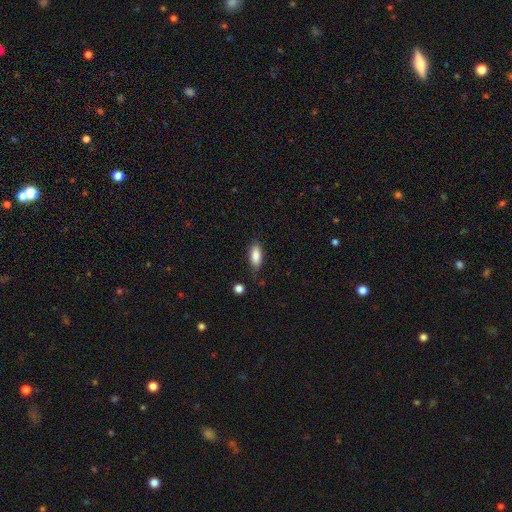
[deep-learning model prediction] Morphology: type=smooth (85%); roundness=in between (82%); merging=none (75%).